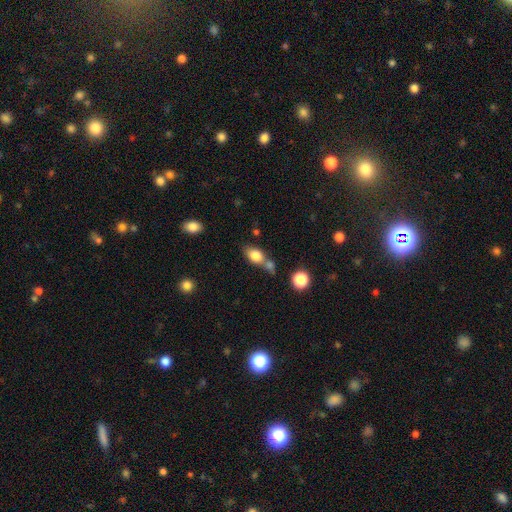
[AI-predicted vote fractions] Morphology: type=smooth (80%); roundness=in between (77%); merging=none (44%).